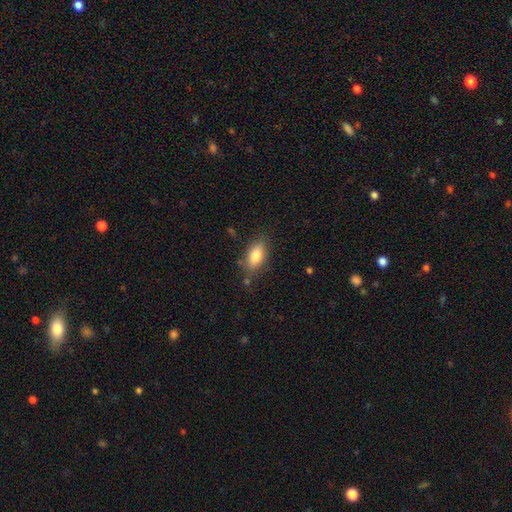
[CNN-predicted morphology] smooth 80%, featured or disk 12%, star or artifact 8%. Down the decision tree: how rounded — in between (86%); merging — none (76%).